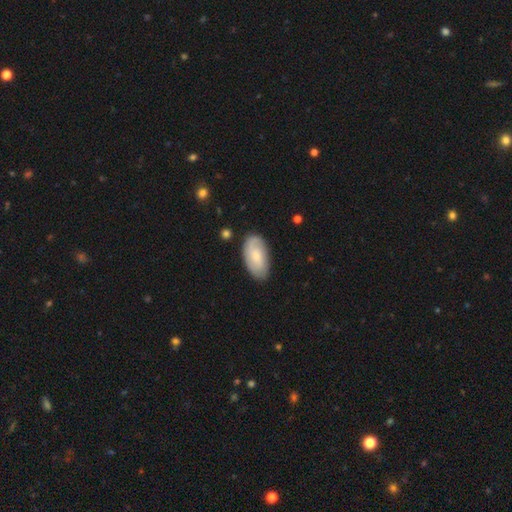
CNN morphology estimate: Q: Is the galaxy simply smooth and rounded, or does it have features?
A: smooth — 60%.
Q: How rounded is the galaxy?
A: in between — 94%.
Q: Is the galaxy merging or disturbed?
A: none — 77%.